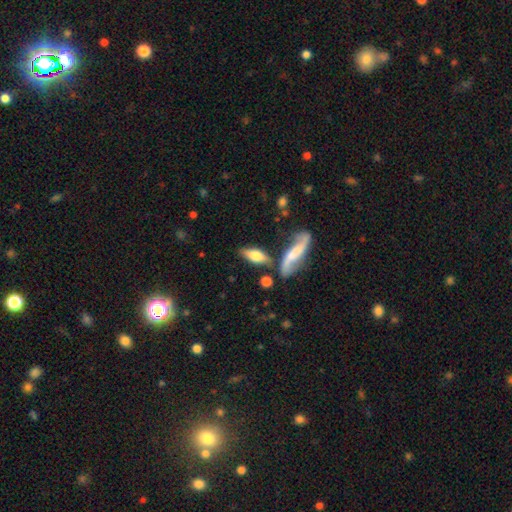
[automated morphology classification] smooth-or-featured: smooth: 54% | featured or disk: 39% | star or artifact: 7%
  how-rounded: in between: 61% | cigar-shaped: 34% | round: 4%
  merging: none: 63% | minor disturbance: 16% | merger: 15% | major disturbance: 5%